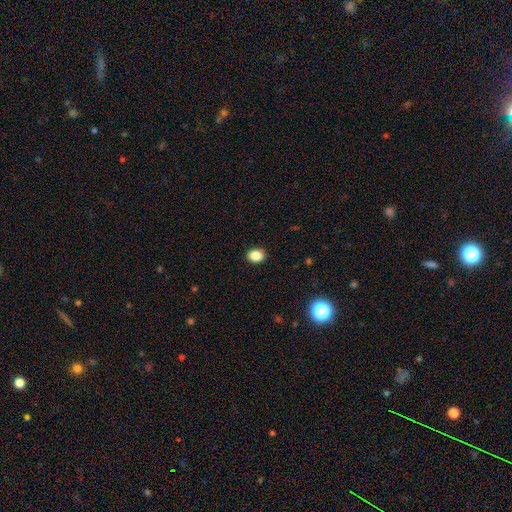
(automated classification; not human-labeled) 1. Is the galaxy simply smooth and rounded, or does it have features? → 88% smooth, 9% star or artifact, 3% featured or disk.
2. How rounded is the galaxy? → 60% in between, 39% round, 1% cigar-shaped.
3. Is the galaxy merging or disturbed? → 91% none, 7% minor disturbance, 2% major disturbance, 1% merger.